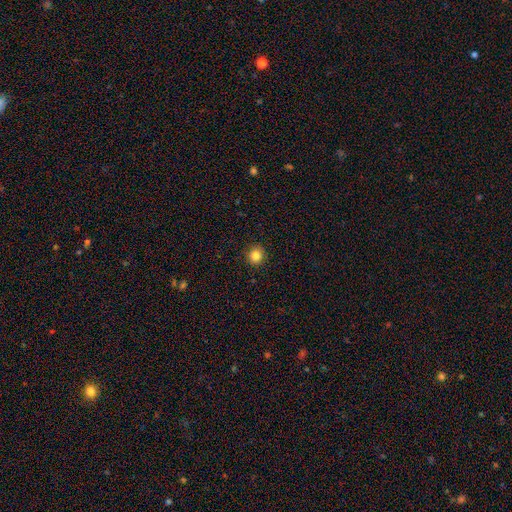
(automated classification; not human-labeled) A smooth galaxy with no disk features (84%) that is round (91%).

Vote fractions:
- Smooth or featured? smooth: 84% / star or artifact: 11% / featured or disk: 5%
- How rounded? round: 91% / in between: 8% / cigar-shaped: 1%
- Merging? none: 92% / minor disturbance: 5% / major disturbance: 2% / merger: 1%